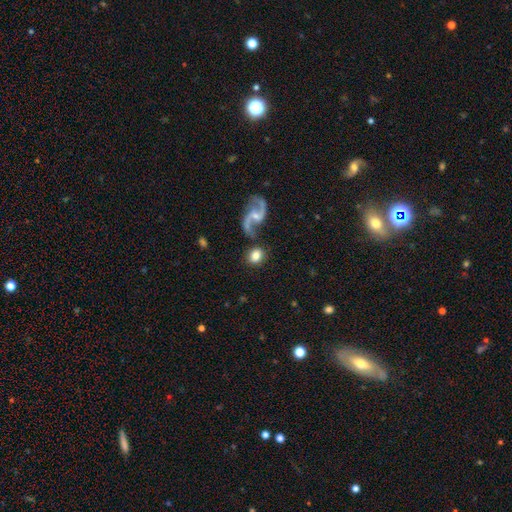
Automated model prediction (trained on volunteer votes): This appears to be a smooth galaxy with no disk features (68%) that is round (65%). Merging: none (74%).